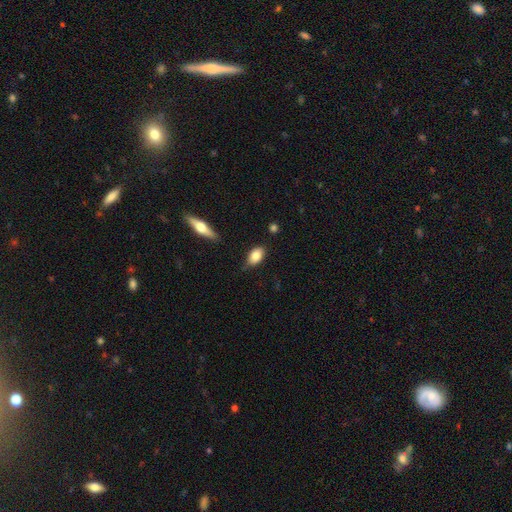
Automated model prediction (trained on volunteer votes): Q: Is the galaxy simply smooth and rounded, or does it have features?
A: smooth — 83%.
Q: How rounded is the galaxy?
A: in between — 89%.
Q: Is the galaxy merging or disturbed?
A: none — 72%.